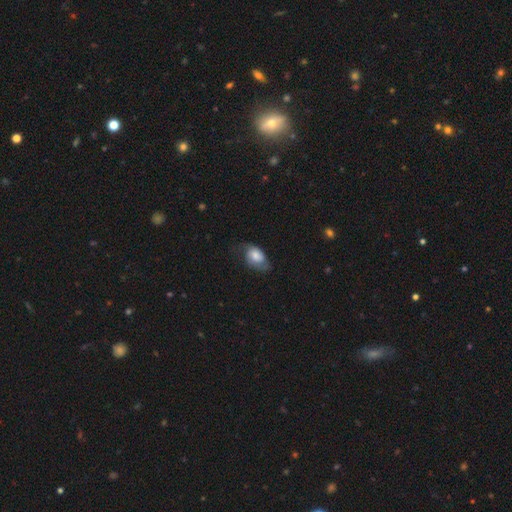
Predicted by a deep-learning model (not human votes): smooth 57%, featured or disk 36%, star or artifact 8%. Down the decision tree: how rounded — in between (83%); merging — none (48%).